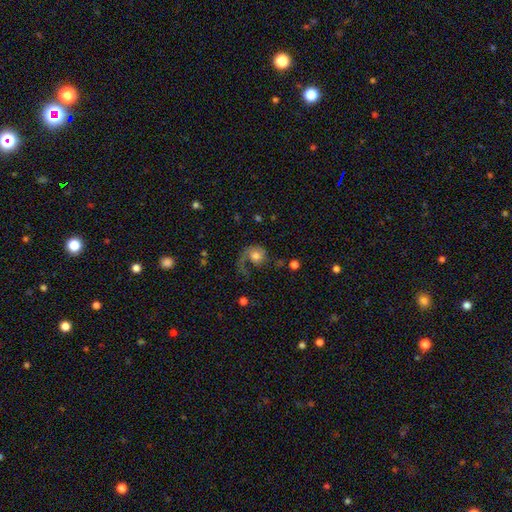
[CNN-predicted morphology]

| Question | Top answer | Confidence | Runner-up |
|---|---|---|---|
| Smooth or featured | featured or disk | 51% | smooth (40%) |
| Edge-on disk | no | 97% | yes (3%) |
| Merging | major disturbance | 48% | none (32%) |